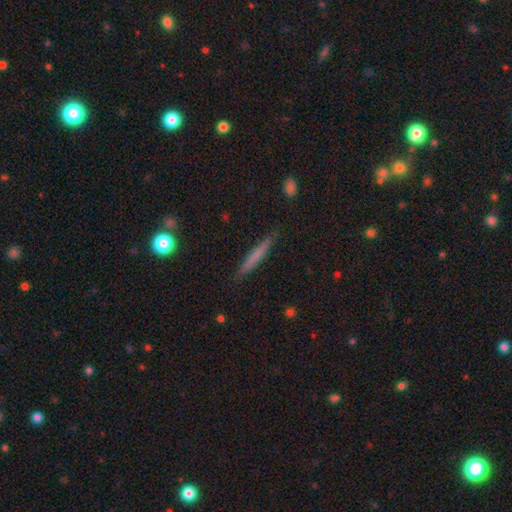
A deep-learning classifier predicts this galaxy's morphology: Smooth or featured? Predicted: smooth (p=0.65). How rounded? Predicted: cigar-shaped (p=0.96). Merging? Predicted: none (p=0.89).